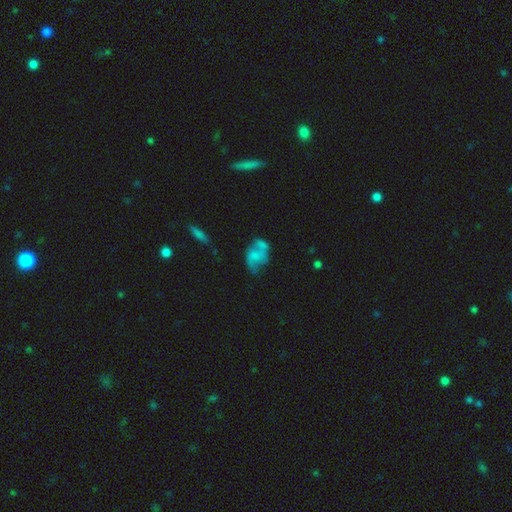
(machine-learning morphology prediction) A featured or disk galaxy (49%).

Vote fractions:
- Smooth or featured? featured or disk: 49% / smooth: 40% / star or artifact: 10%
- Merging? none: 36% / minor disturbance: 25% / merger: 21% / major disturbance: 18%